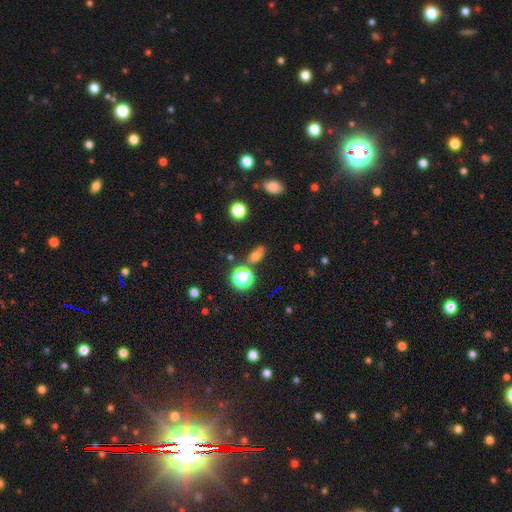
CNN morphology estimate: smooth-or-featured: smooth: 59% | star or artifact: 26% | featured or disk: 14%
  how-rounded: in between: 65% | round: 29% | cigar-shaped: 6%
  merging: none: 67% | minor disturbance: 17% | merger: 9% | major disturbance: 6%